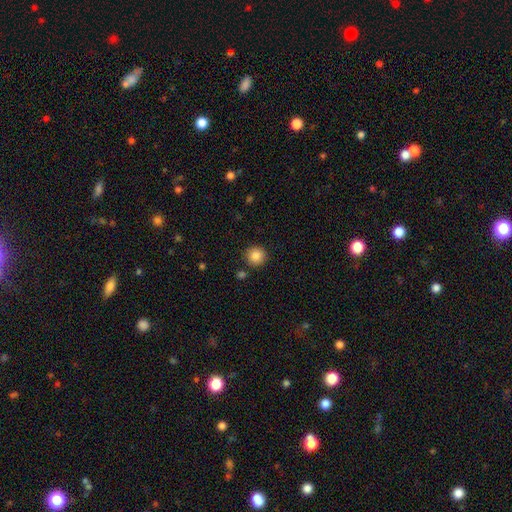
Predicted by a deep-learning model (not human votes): smooth 87%, star or artifact 9%, featured or disk 4%. Down the decision tree: how rounded — round (94%); merging — none (88%).